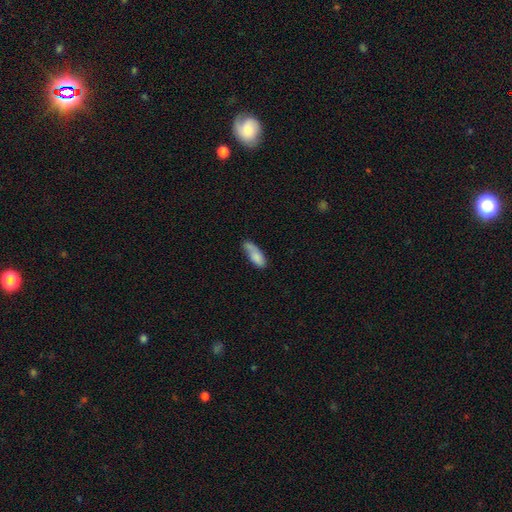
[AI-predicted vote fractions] The model was most divided on "merging": none: 44%, minor disturbance: 30%, merger: 14%, major disturbance: 12%. More confident: smooth or featured — smooth (79%); how rounded — in between (69%).